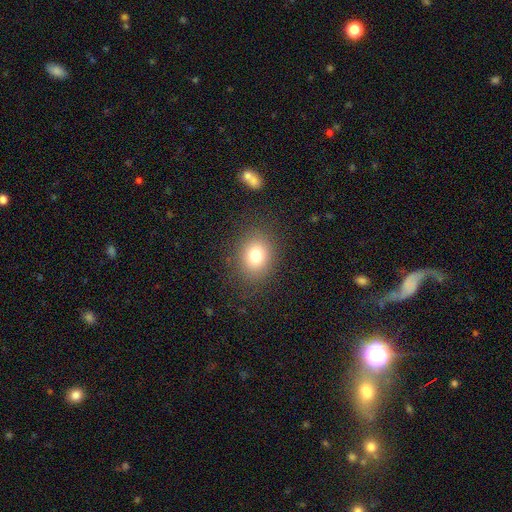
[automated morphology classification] type=smooth (77%); roundness=round (56%); merging=none (84%).